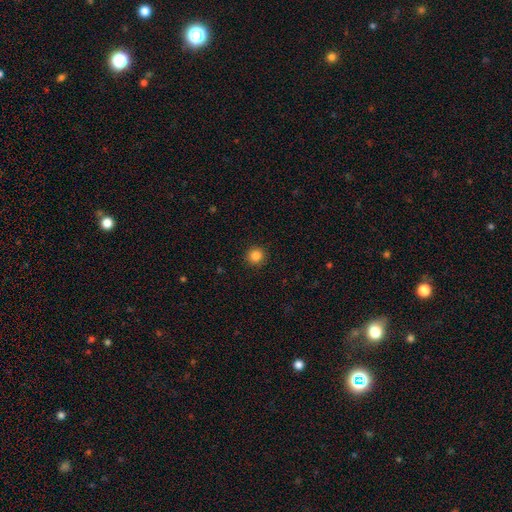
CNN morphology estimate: This is clearly a smooth galaxy (86%). How rounded: clearly round (95%). Merging: clearly none (92%).